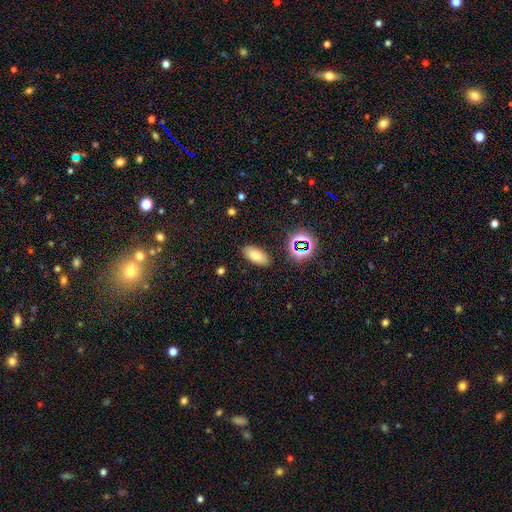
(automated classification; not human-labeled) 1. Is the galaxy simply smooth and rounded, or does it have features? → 74% smooth, 15% star or artifact, 11% featured or disk.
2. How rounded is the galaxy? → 88% in between, 8% cigar-shaped, 4% round.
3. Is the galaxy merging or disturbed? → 87% none, 9% minor disturbance, 3% major disturbance, 2% merger.